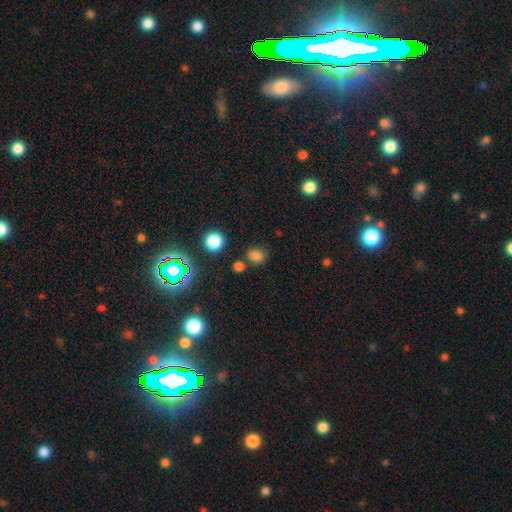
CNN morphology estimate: smooth 74%, star or artifact 21%, featured or disk 5%. Down the decision tree: how rounded — in between (53%); merging — none (72%).